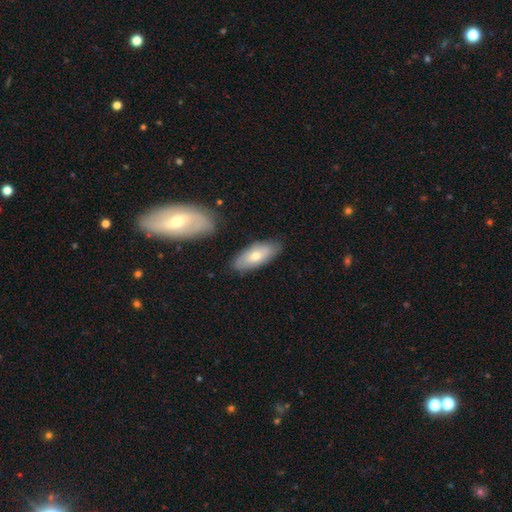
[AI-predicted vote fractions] Q: Smooth or featured?
A: smooth (61%); runner-up: featured or disk (32%)
Q: How rounded?
A: in between (82%); runner-up: cigar-shaped (15%)
Q: Merging?
A: none (79%); runner-up: minor disturbance (14%)